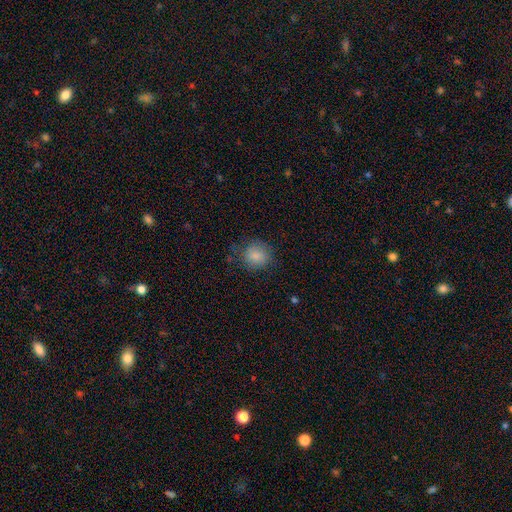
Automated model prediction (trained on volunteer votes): Overall: smooth (85%). How rounded: round (81%). Merging: none (75%).